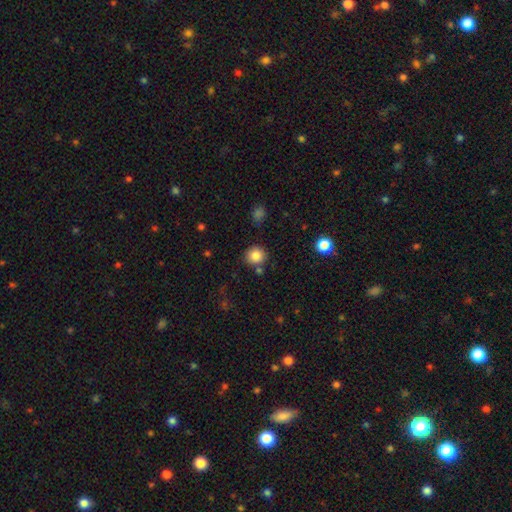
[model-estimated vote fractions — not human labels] Smooth or featured? smooth (84%)
How rounded? round (86%)
Merging? none (80%)